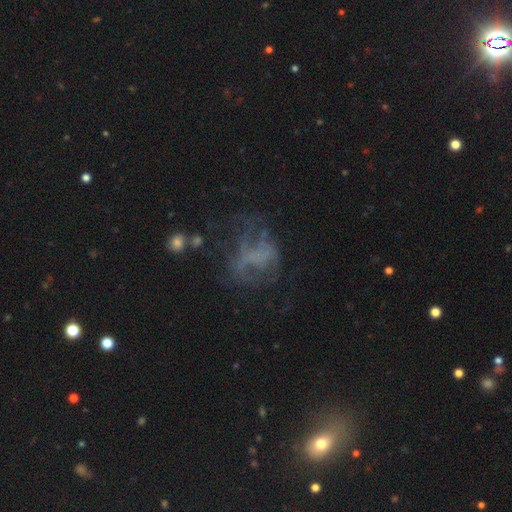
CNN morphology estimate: A featured or disk galaxy (54%) with no bar (80%), no spiral arms (74%) and no central bulge (79%).

Vote fractions:
- Smooth or featured? featured or disk: 54% / smooth: 24% / star or artifact: 23%
- Edge-on disk? no: 97% / yes: 3%
- Bar? no: 80% / weak: 14% / strong: 6%
- Spiral arms? no: 74% / yes: 26%
- Bulge size? none: 79% / small: 9% / moderate: 6% / large: 4% / dominant: 2%
- Merging? major disturbance: 39% (tied) / none: 39% (tied) / minor disturbance: 18% / merger: 5%